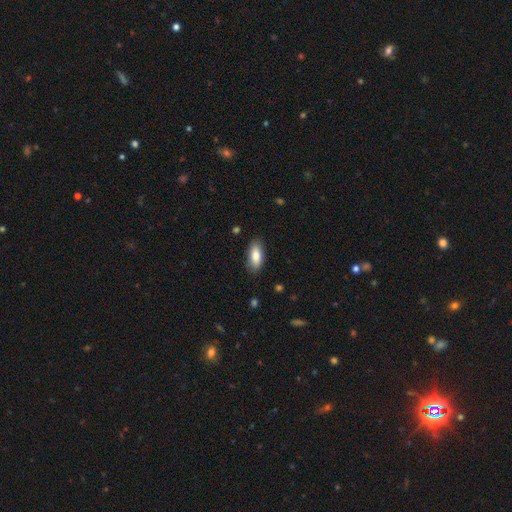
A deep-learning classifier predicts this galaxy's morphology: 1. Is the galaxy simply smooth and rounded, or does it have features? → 84% smooth, 9% featured or disk, 6% star or artifact.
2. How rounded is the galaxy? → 86% in between, 12% cigar-shaped, 2% round.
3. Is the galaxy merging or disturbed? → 85% none, 12% minor disturbance, 3% major disturbance, 1% merger.